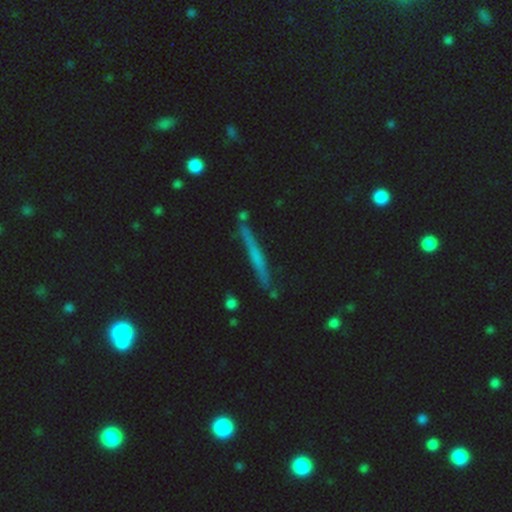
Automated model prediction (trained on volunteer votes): Q: Smooth or featured?
A: featured or disk (49%); runner-up: smooth (42%)
Q: Merging?
A: none (84%); runner-up: minor disturbance (11%)